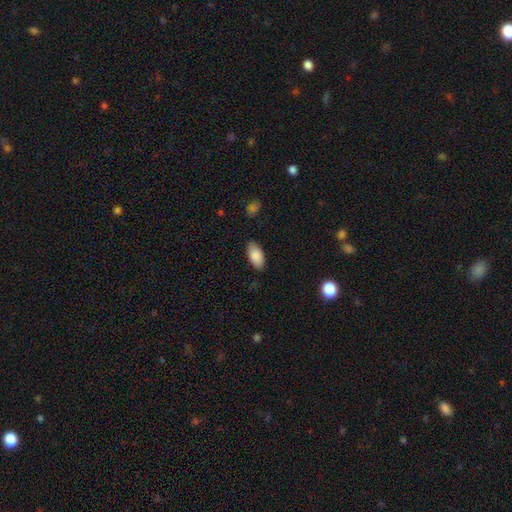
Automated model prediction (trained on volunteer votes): Smooth or featured: smooth — 87% (featured or disk — 6%)
How rounded: in between — 94% (cigar-shaped — 4%)
Merging: none — 84% (minor disturbance — 12%)